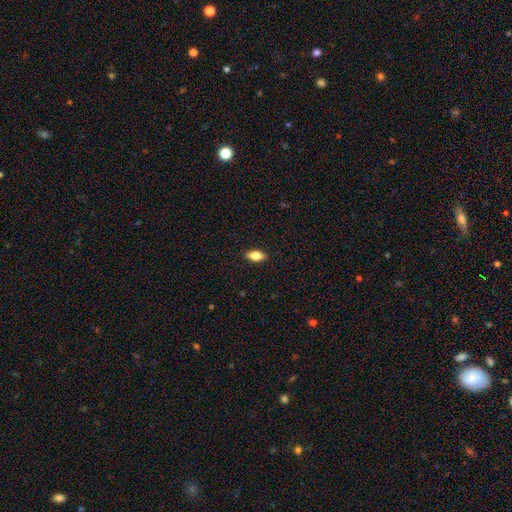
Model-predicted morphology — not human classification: This is likely a smooth galaxy (78%). How rounded: clearly in between (87%). Merging: clearly none (89%).